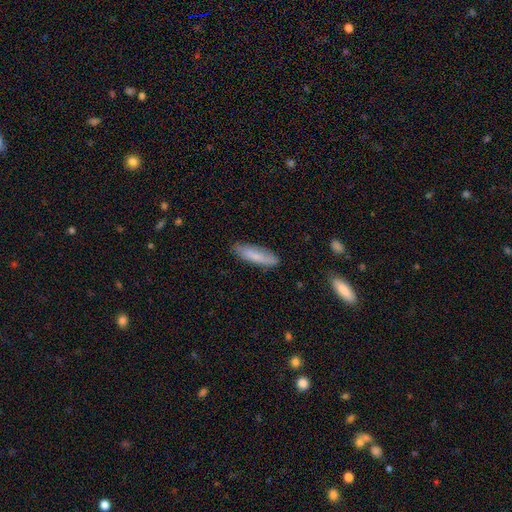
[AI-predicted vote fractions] This appears to be a smooth galaxy with no disk features (79%) that is cigar-shaped (67%). Merging: none (82%).